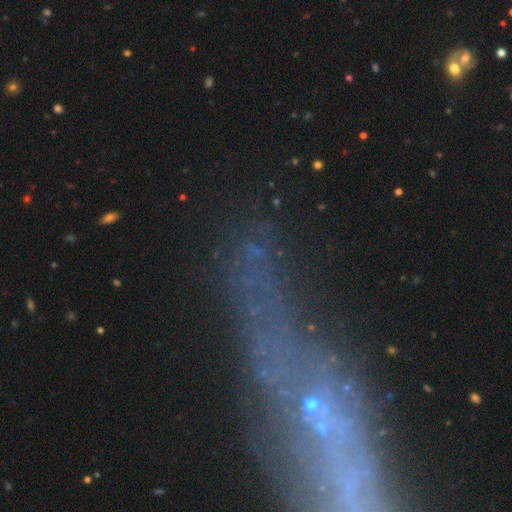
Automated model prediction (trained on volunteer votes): Smooth or featured? Predicted: star or artifact (p=0.50).